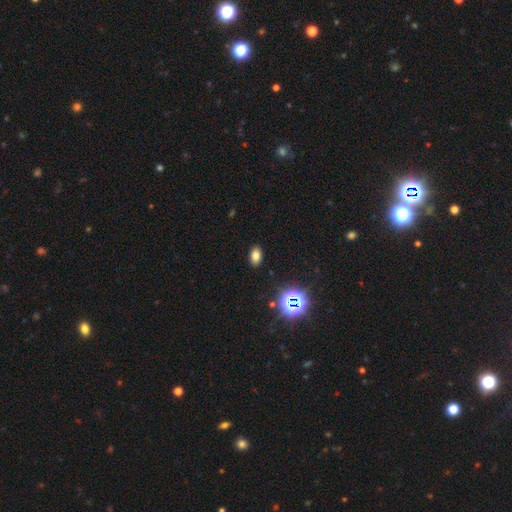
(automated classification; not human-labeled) A smooth galaxy with no disk features (74%) that is in between round and cigar-shaped (88%). Merging: none (89%).